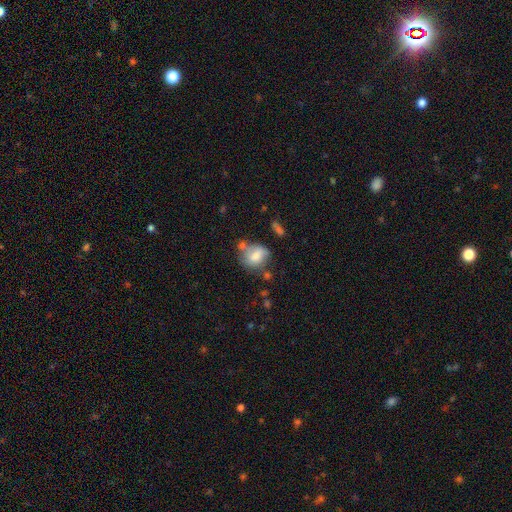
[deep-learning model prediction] Smooth or featured? Predicted: smooth (p=0.65). How rounded? Predicted: round (p=0.57). Merging? Predicted: none (p=0.46).